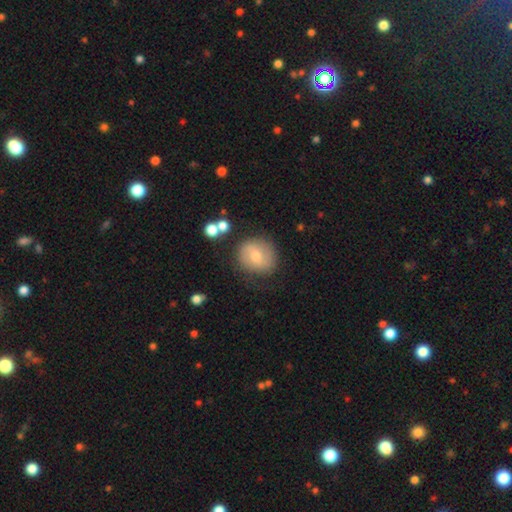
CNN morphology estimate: This is possibly a smooth galaxy (54%). How rounded: clearly round (85%). Merging: likely none (78%).